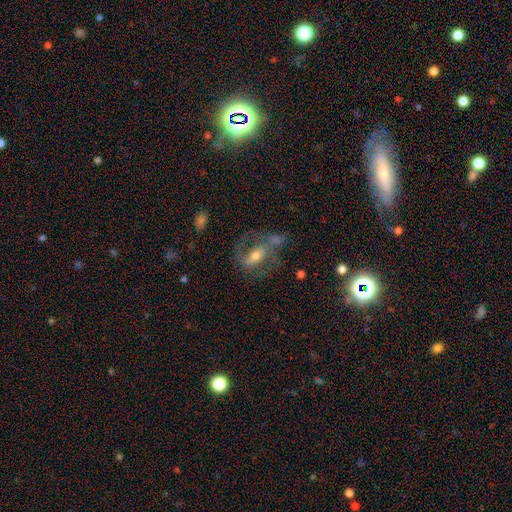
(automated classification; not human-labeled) This is likely a featured or disk galaxy (62%). It is clearly not viewed edge-on (90%). Bar: marginally weak (35%). Spiral arm pattern: likely yes (73%). Central bulge: possibly moderate (59%). Merging: possibly none (51%).